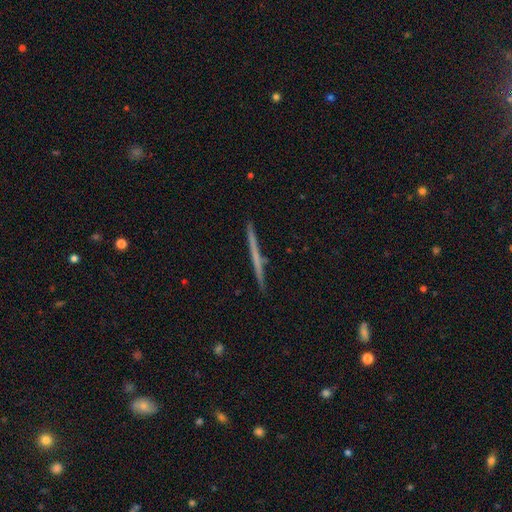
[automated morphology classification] Q: Smooth or featured?
A: featured or disk (54%); runner-up: smooth (41%)
Q: Edge-on disk?
A: yes (98%); runner-up: no (2%)
Q: Edge-on bulge?
A: none (90%); runner-up: rounded (7%)
Q: Merging?
A: none (92%); runner-up: minor disturbance (6%)